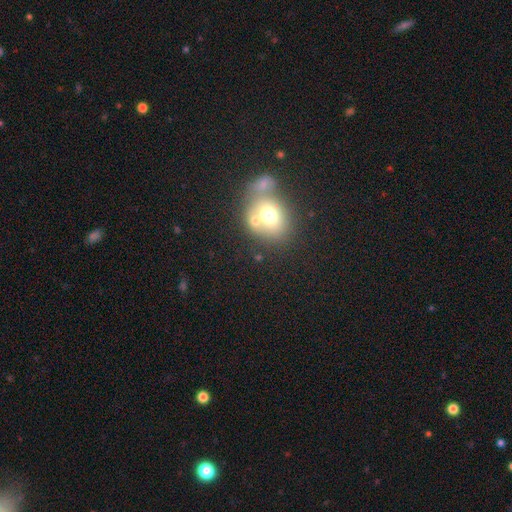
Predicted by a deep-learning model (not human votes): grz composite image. It shows a smooth galaxy with no disk features (54%) that is round (63%). Merging: none (43%).